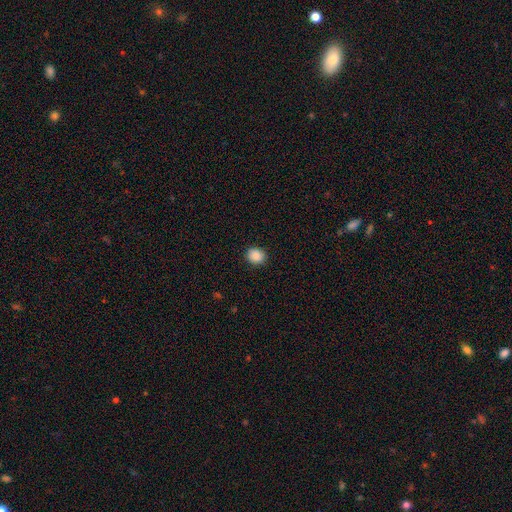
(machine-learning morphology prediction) Q: Smooth or featured?
A: smooth (88%); runner-up: star or artifact (9%)
Q: How rounded?
A: round (77%); runner-up: in between (22%)
Q: Merging?
A: none (90%); runner-up: minor disturbance (7%)